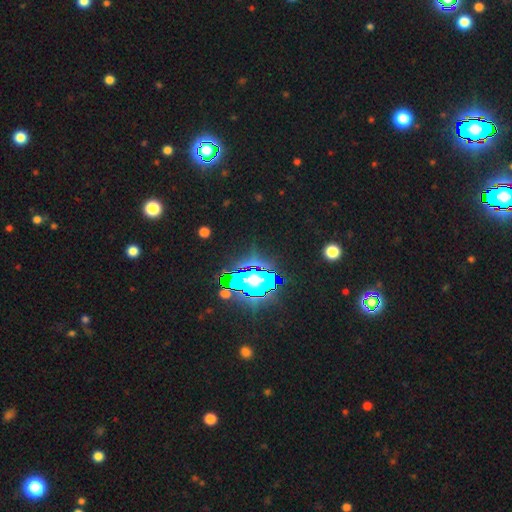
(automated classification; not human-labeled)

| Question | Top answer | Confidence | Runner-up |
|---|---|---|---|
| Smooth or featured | star or artifact | 80% | smooth (11%) |